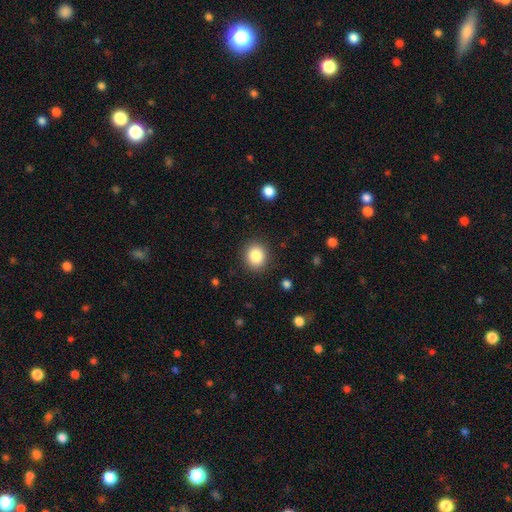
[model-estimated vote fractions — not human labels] smooth_or_featured: smooth (p=0.86) [alt: star or artifact p=0.09]
how_rounded: round (p=0.76) [alt: in between p=0.23]
merging: none (p=0.89) [alt: minor disturbance p=0.07]